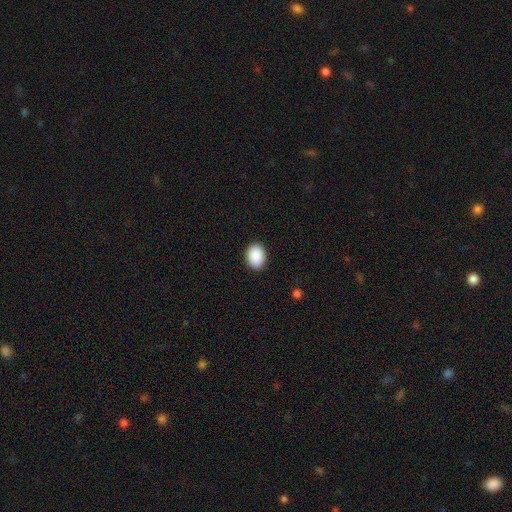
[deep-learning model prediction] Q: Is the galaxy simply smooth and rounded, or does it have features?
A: smooth — 91%.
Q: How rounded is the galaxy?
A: in between — 72%.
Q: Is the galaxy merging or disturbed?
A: none — 90%.